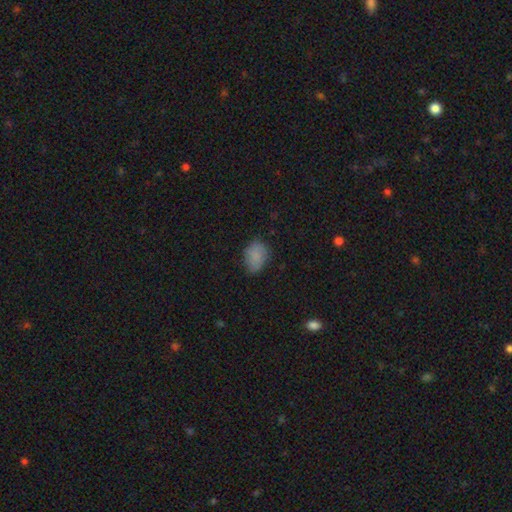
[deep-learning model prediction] Smooth or featured? smooth (79%)
How rounded? in between (74%)
Merging? none (64%)